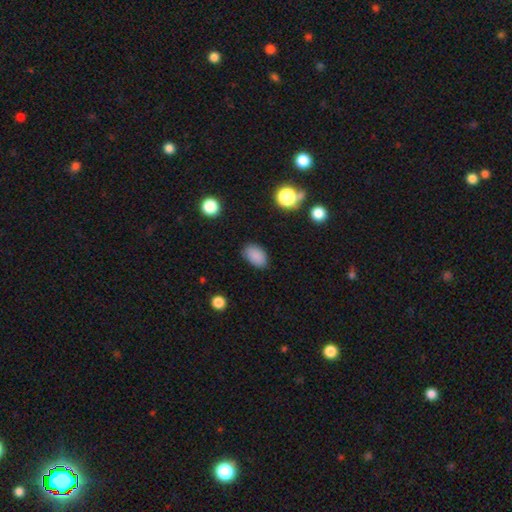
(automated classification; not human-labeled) This appears to be a smooth galaxy with no disk features (86%) that is in between round and cigar-shaped (88%). Merging: none (81%).